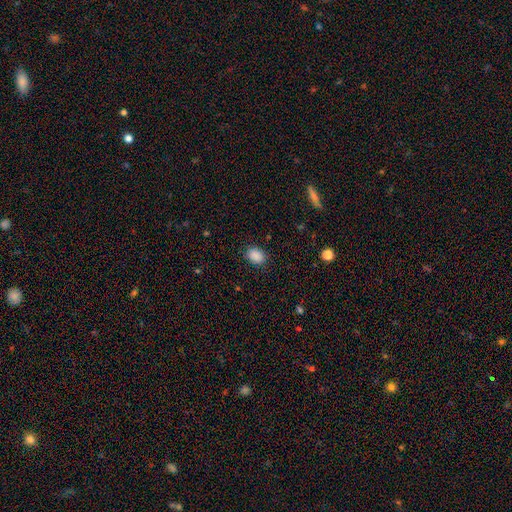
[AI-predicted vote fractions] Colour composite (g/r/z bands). It shows a smooth galaxy with no disk features (88%) that is in between round and cigar-shaped (77%). Merging: none (87%).